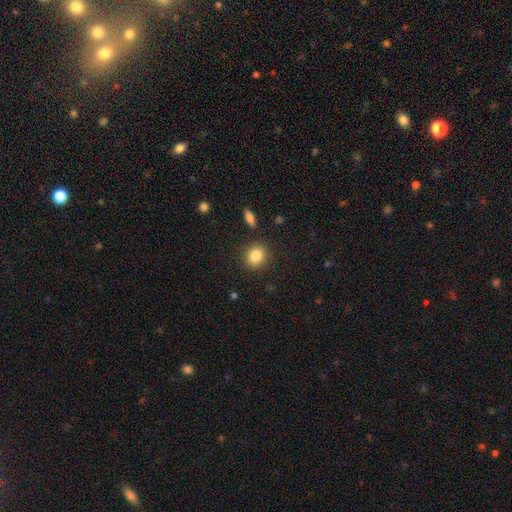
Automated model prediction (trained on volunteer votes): smooth-or-featured: smooth: 83% | star or artifact: 9% | featured or disk: 7%
  how-rounded: round: 73% | in between: 26% | cigar-shaped: 1%
  merging: none: 87% | minor disturbance: 8% | major disturbance: 3% | merger: 2%